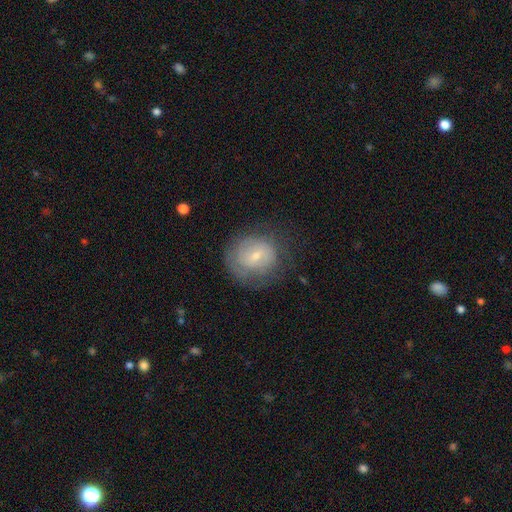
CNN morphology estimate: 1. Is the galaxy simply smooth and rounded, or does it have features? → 46% smooth (tied), 46% featured or disk (tied), 9% star or artifact.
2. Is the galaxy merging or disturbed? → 63% none, 22% minor disturbance, 14% major disturbance, 1% merger.